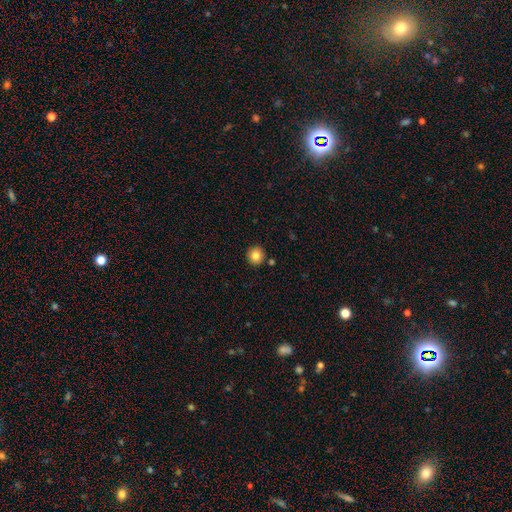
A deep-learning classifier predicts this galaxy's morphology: smooth_or_featured: smooth (p=0.84) [alt: star or artifact p=0.10]
how_rounded: round (p=0.92) [alt: in between p=0.07]
merging: none (p=0.88) [alt: minor disturbance p=0.06]